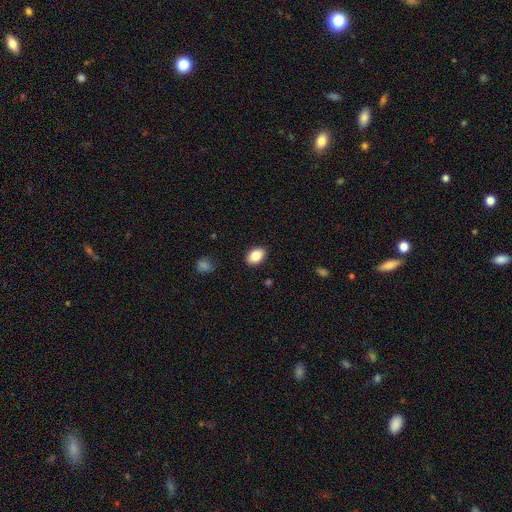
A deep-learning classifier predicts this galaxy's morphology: Smooth or featured: smooth — 86% (star or artifact — 8%)
How rounded: in between — 83% (round — 16%)
Merging: none — 88% (minor disturbance — 9%)